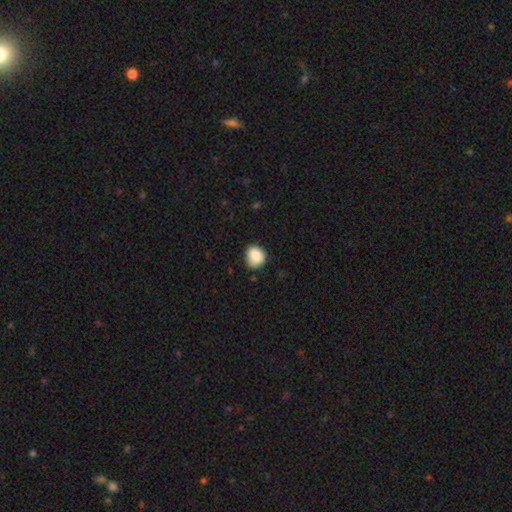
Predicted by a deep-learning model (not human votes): smooth 86%, star or artifact 8%, featured or disk 6%. Down the decision tree: how rounded — round (73%); merging — none (64%).